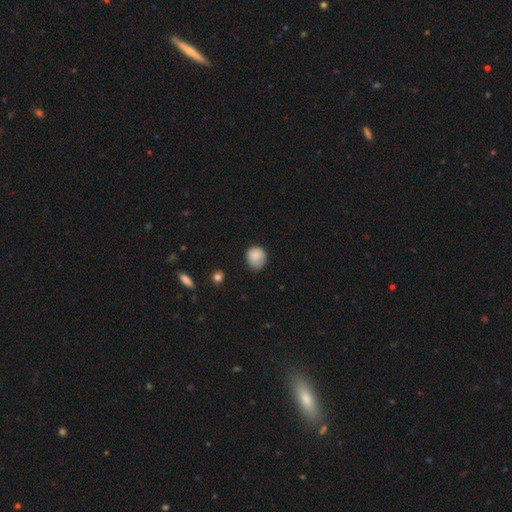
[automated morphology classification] smooth_or_featured: smooth (p=0.85) [alt: star or artifact p=0.09]
how_rounded: round (p=0.75) [alt: in between p=0.24]
merging: none (p=0.63) [alt: minor disturbance p=0.30]